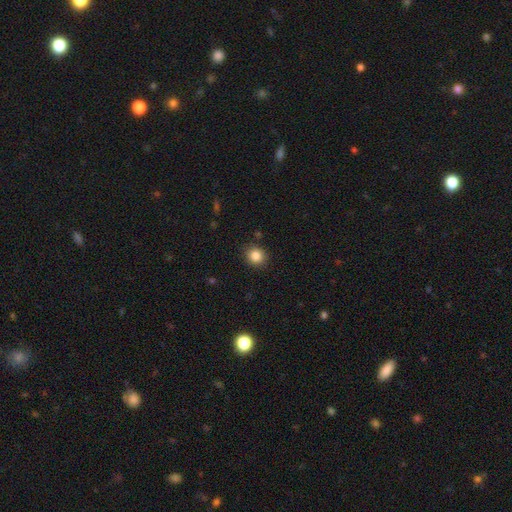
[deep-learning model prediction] A smooth galaxy with no disk features (84%) that is round (85%). Merging: none (89%).